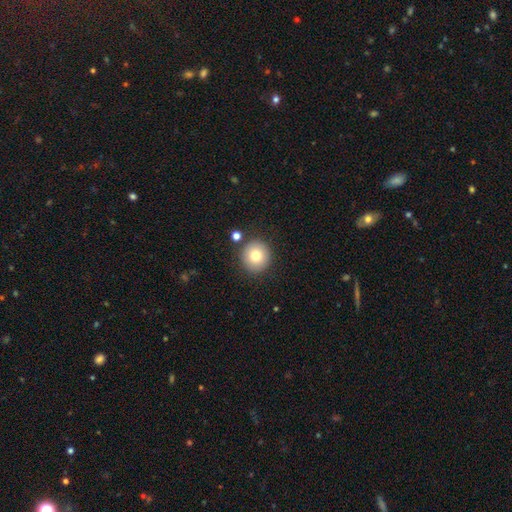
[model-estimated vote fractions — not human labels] The model was most divided on "smooth or featured": smooth: 77%, featured or disk: 13%, star or artifact: 11%. More confident: how rounded — round (94%); merging — none (84%).